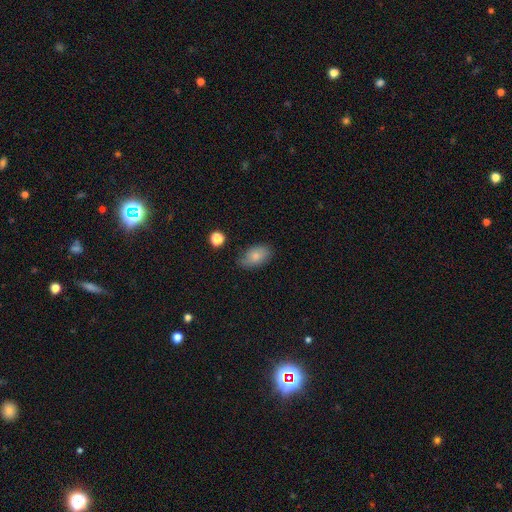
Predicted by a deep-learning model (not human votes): A smooth galaxy with no disk features (81%) that is in between round and cigar-shaped (91%). Merging: none (71%).